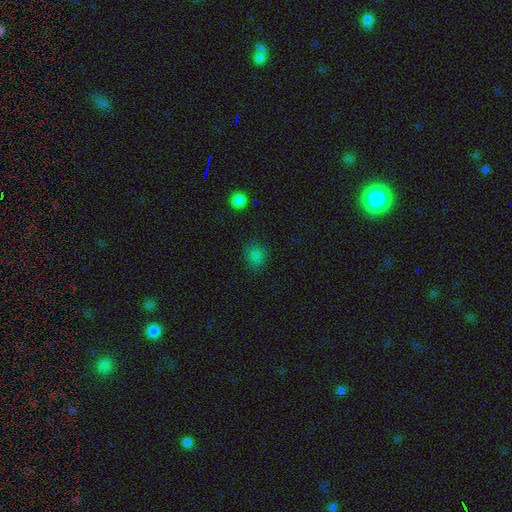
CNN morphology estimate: A smooth galaxy with no disk features (79%) that is round (70%). Merging: none (79%).